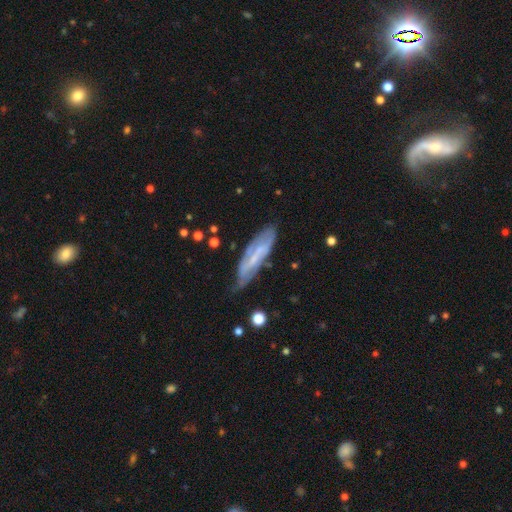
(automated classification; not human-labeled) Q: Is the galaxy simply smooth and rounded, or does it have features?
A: featured or disk — 63%.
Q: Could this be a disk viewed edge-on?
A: no — 66%.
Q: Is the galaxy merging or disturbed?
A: none — 61%.